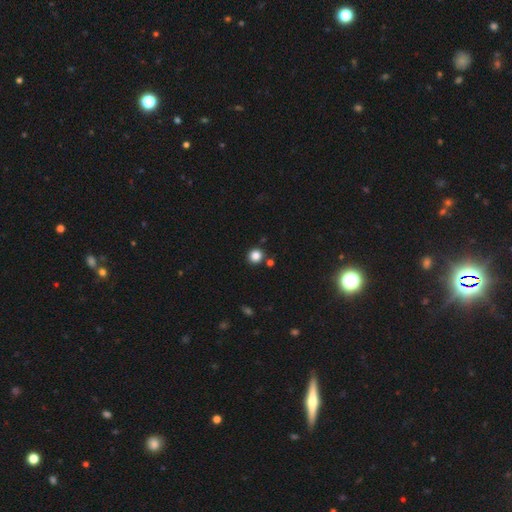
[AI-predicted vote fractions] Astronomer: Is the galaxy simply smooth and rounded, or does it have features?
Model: smooth — 84%.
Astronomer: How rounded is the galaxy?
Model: round — 91%.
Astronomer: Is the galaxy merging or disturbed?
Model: none — 86%.